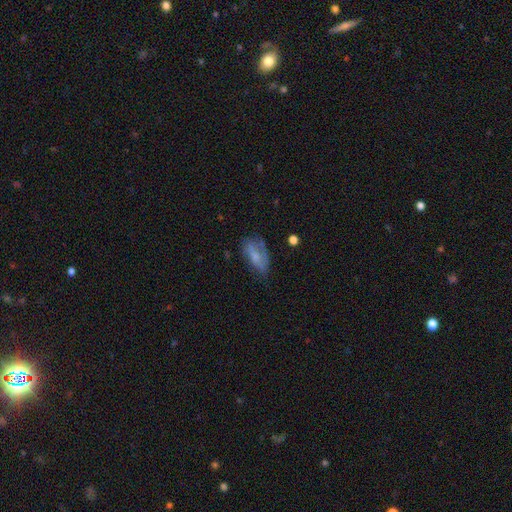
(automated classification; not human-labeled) Morphology: type=smooth (53%); roundness=in between (84%); merging=none (50%).